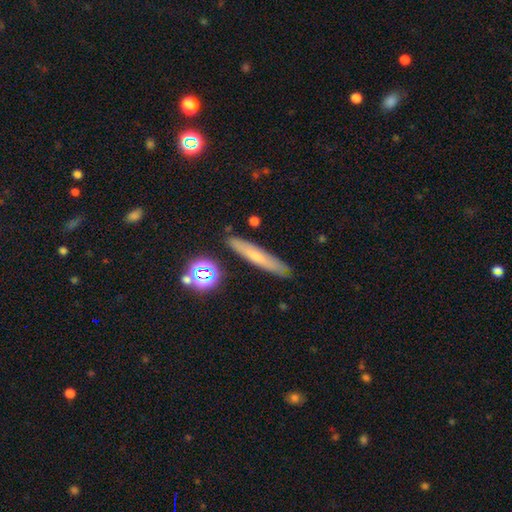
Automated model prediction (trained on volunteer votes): Smooth or featured? Predicted: smooth (p=0.58). How rounded? Predicted: cigar-shaped (p=0.89). Merging? Predicted: none (p=0.85).